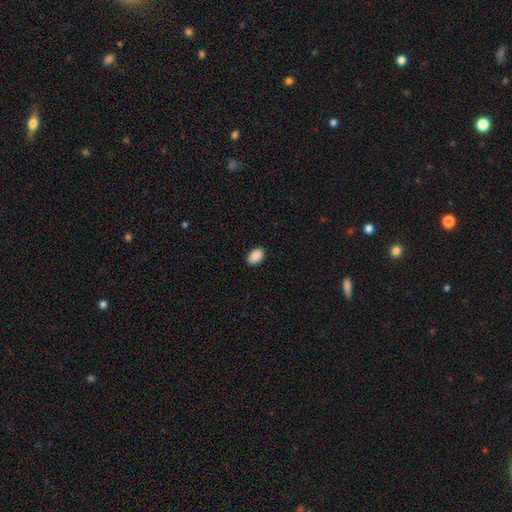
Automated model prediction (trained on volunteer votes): This is clearly a smooth galaxy (90%). How rounded: clearly in between (86%). Merging: clearly none (89%).